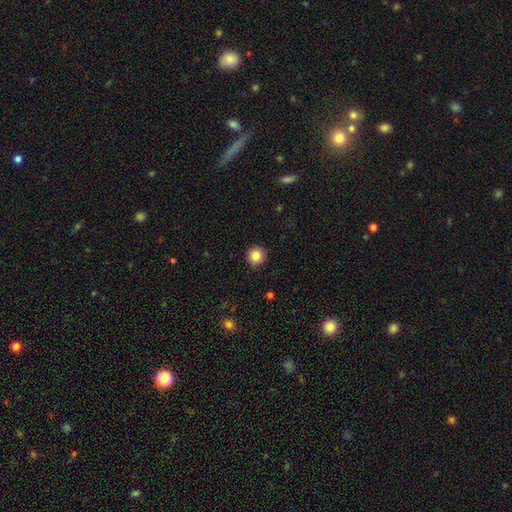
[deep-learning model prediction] Smooth or featured? Predicted: smooth (p=0.84). How rounded? Predicted: round (p=0.93). Merging? Predicted: none (p=0.90).